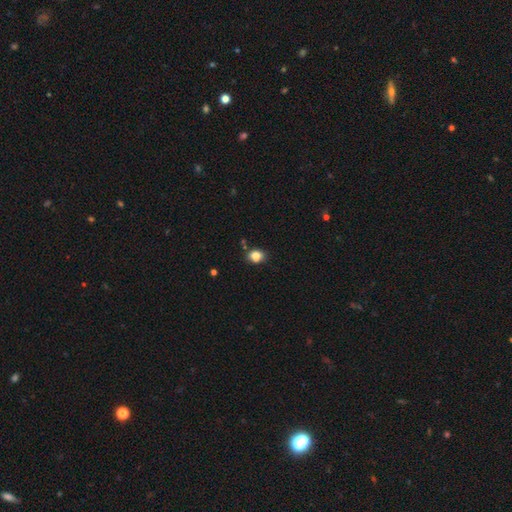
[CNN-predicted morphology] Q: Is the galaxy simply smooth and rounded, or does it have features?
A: smooth — 81%.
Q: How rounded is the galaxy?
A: in between — 50%.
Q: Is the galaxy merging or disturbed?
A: none — 72%.